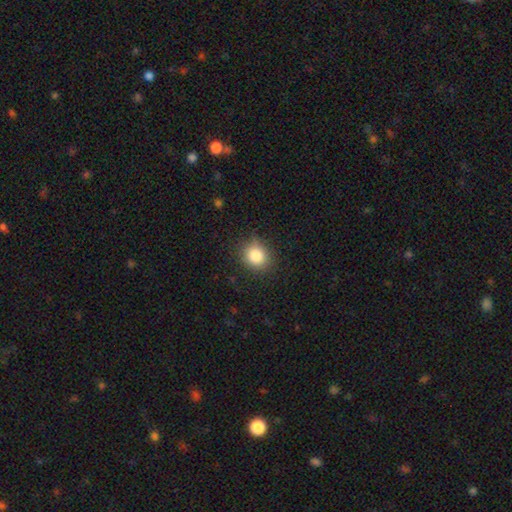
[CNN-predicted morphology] smooth-or-featured: smooth: 84% | star or artifact: 10% | featured or disk: 6%
  how-rounded: round: 78% | in between: 21% | cigar-shaped: 1%
  merging: none: 82% | minor disturbance: 13% | major disturbance: 3% | merger: 1%